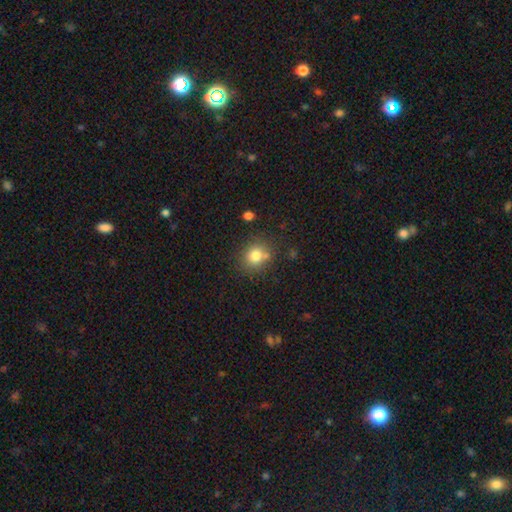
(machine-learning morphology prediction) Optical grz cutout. It shows a smooth galaxy with no disk features (79%) that is round (75%). Merging: none (71%).